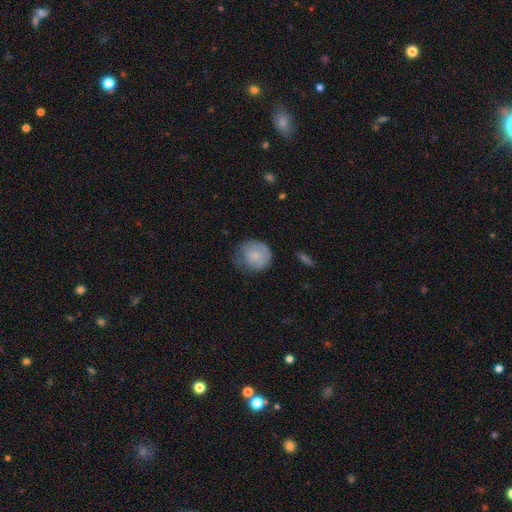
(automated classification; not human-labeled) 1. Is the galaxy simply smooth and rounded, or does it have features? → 77% smooth, 15% featured or disk, 7% star or artifact.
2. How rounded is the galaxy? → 82% round, 17% in between, 1% cigar-shaped.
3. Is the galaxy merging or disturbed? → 50% none, 35% minor disturbance, 14% major disturbance, 2% merger.